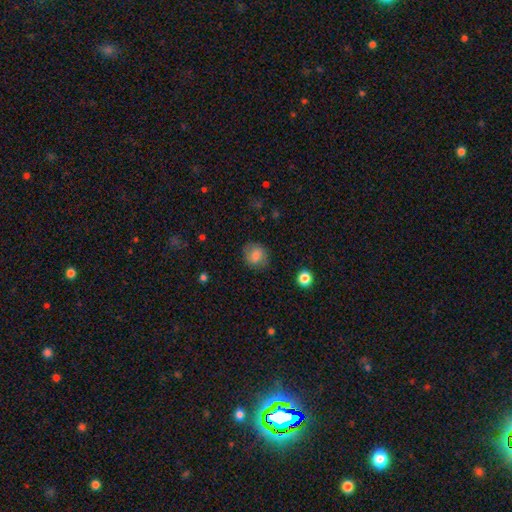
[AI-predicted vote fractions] Q: Smooth or featured?
A: smooth (77%); runner-up: featured or disk (14%)
Q: How rounded?
A: round (77%); runner-up: in between (22%)
Q: Merging?
A: none (81%); runner-up: minor disturbance (14%)